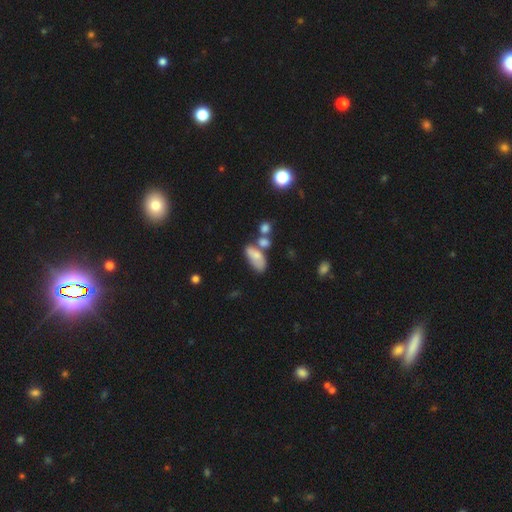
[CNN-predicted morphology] smooth-or-featured: smooth: 71% | featured or disk: 20% | star or artifact: 10%
  how-rounded: in between: 89% | cigar-shaped: 7% | round: 5%
  merging: merger: 35% | none: 33% | minor disturbance: 21% | major disturbance: 11%